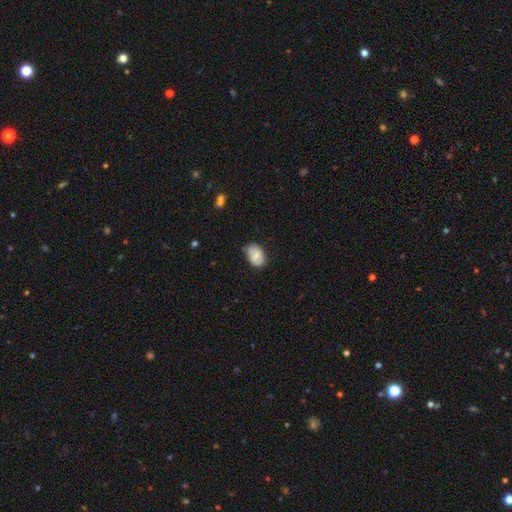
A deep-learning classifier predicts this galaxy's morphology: The model was most divided on "smooth or featured": smooth: 66%, featured or disk: 27%, star or artifact: 8%. More confident: how rounded — in between (81%); merging — none (70%).